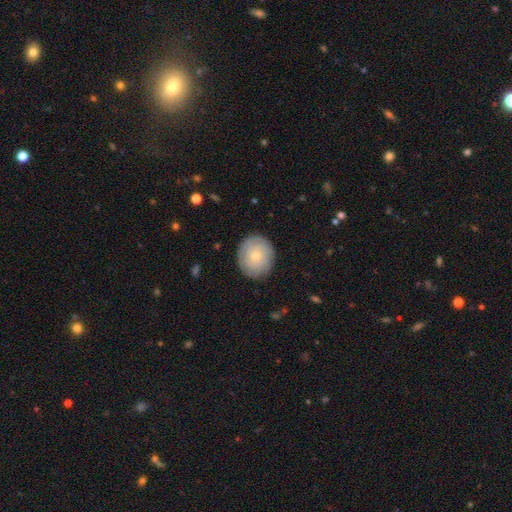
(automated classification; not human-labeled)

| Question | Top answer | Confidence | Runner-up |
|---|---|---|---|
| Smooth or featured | smooth | 62% | featured or disk (31%) |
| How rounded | round | 83% | in between (16%) |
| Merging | none | 86% | minor disturbance (11%) |